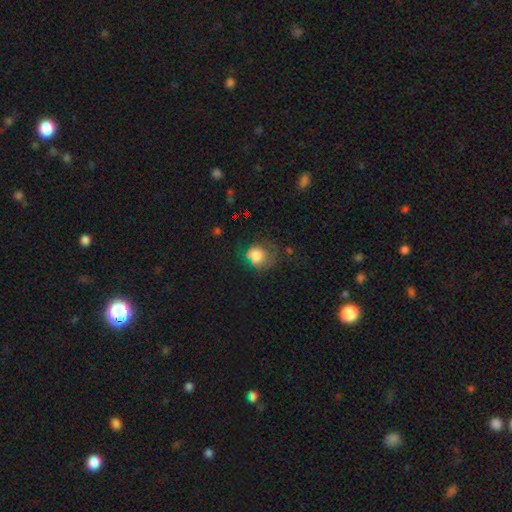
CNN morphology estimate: smooth-or-featured: smooth: 72% | featured or disk: 18% | star or artifact: 10%
  how-rounded: round: 78% | in between: 21% | cigar-shaped: 1%
  merging: none: 44% | minor disturbance: 27% | major disturbance: 26% | merger: 3%